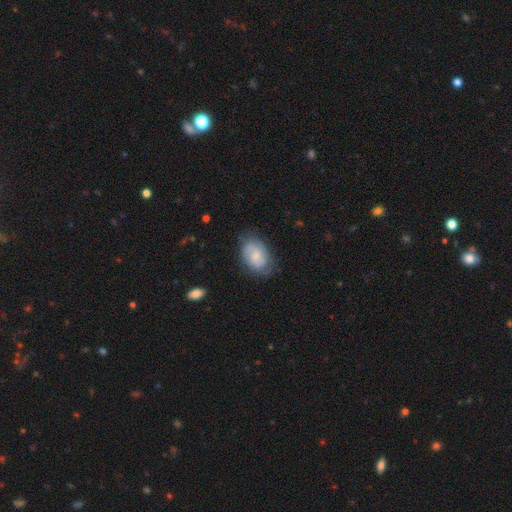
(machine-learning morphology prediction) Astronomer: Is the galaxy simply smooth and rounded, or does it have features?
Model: featured or disk — 54% (runner-up: smooth, 39%).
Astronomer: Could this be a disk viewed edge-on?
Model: no — 97%.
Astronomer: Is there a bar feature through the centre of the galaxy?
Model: no — 57% (runner-up: weak, 37%).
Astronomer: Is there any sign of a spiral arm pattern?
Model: yes — 86%.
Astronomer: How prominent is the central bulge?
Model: small — 48% (runner-up: moderate, 38%).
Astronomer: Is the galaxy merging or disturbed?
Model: none — 71%.